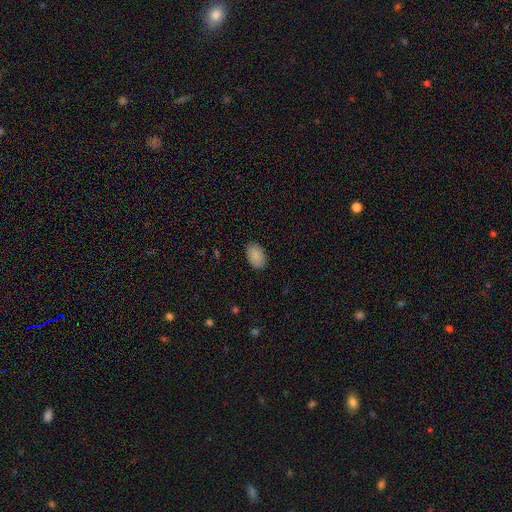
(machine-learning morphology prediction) Q: Smooth or featured?
A: smooth (89%); runner-up: star or artifact (7%)
Q: How rounded?
A: in between (91%); runner-up: round (8%)
Q: Merging?
A: none (87%); runner-up: minor disturbance (10%)